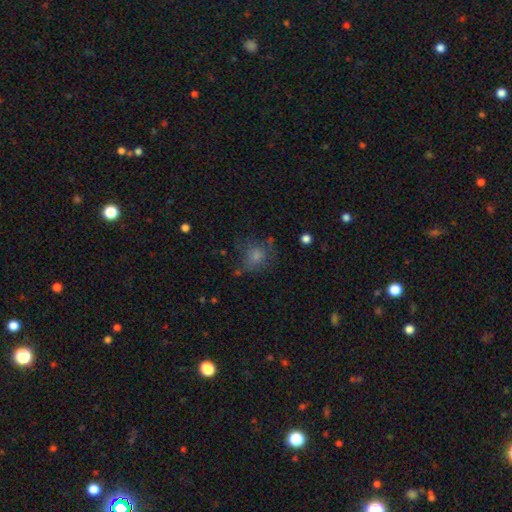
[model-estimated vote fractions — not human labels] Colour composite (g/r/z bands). It shows a smooth galaxy with no disk features (73%) that is round (78%). Merging: none (56%).